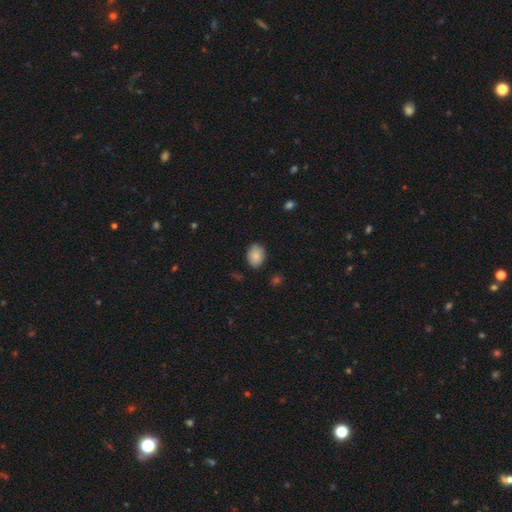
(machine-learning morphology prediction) This is clearly a smooth galaxy (86%). How rounded: likely in between (69%). Merging: clearly none (82%).